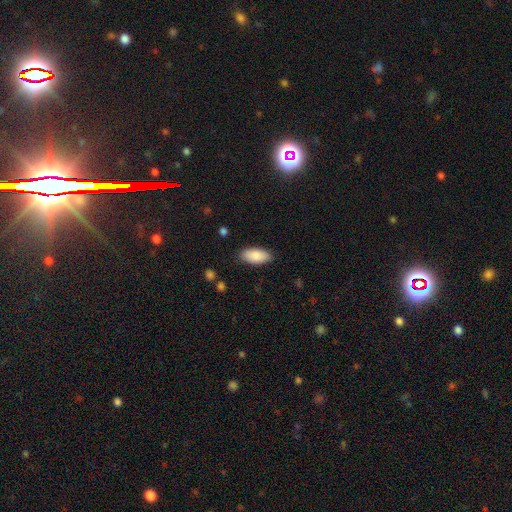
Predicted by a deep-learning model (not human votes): A smooth galaxy with no disk features (87%) that is in between round and cigar-shaped (91%).

Vote fractions:
- Smooth or featured? smooth: 87% / featured or disk: 7% / star or artifact: 6%
- How rounded? in between: 91% / cigar-shaped: 7% / round: 2%
- Merging? none: 87% / minor disturbance: 10% / major disturbance: 2% / merger: 1%